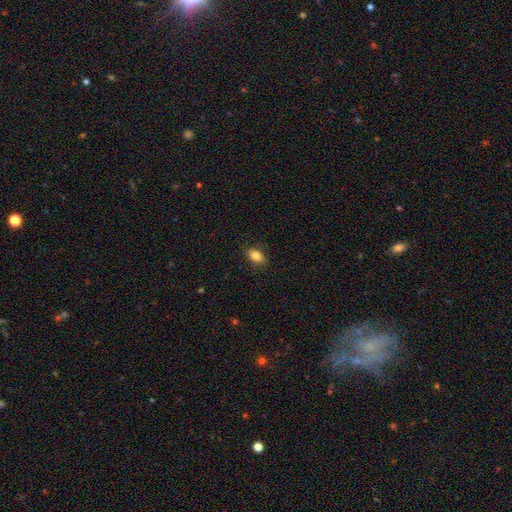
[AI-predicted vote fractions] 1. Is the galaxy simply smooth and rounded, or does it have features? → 84% smooth, 9% star or artifact, 7% featured or disk.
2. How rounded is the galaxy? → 85% in between, 13% round, 3% cigar-shaped.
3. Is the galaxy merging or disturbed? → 85% none, 12% minor disturbance, 3% major disturbance, 1% merger.